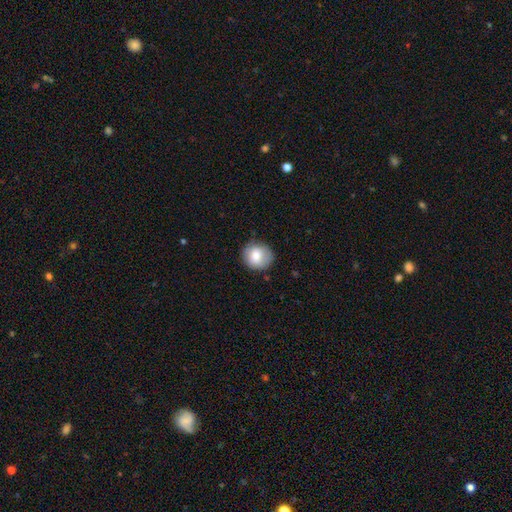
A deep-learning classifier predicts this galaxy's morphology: A smooth galaxy with no disk features (77%) that is round (87%). Merging: none (80%).